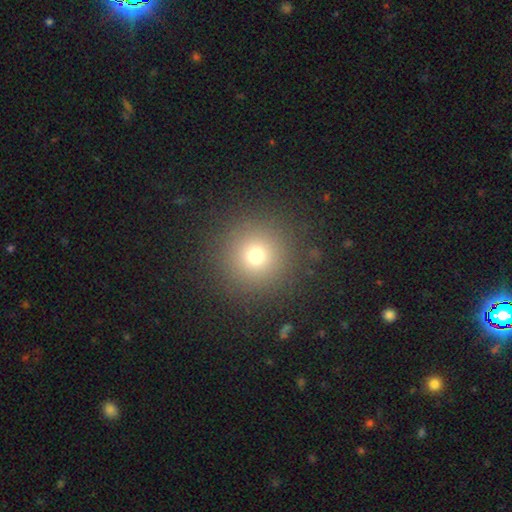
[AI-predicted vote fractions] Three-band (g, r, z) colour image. It shows a smooth galaxy with no disk features (73%) that is round (96%). Merging: none (90%).